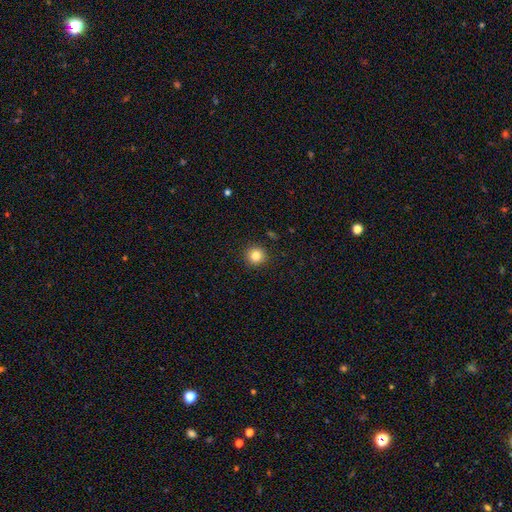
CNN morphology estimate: A smooth galaxy with no disk features (84%) that is round (94%).

Vote fractions:
- Smooth or featured? smooth: 84% / star or artifact: 11% / featured or disk: 5%
- How rounded? round: 94% / in between: 5% / cigar-shaped: 1%
- Merging? none: 92% / minor disturbance: 5% / major disturbance: 2% / merger: 1%